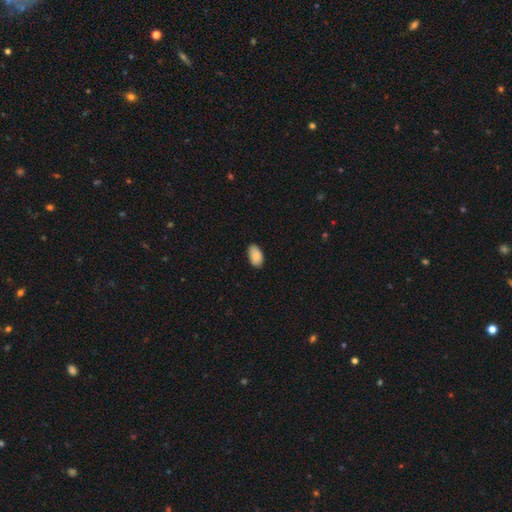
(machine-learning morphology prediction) This is clearly a smooth galaxy (89%). How rounded: clearly in between (95%). Merging: clearly none (85%).